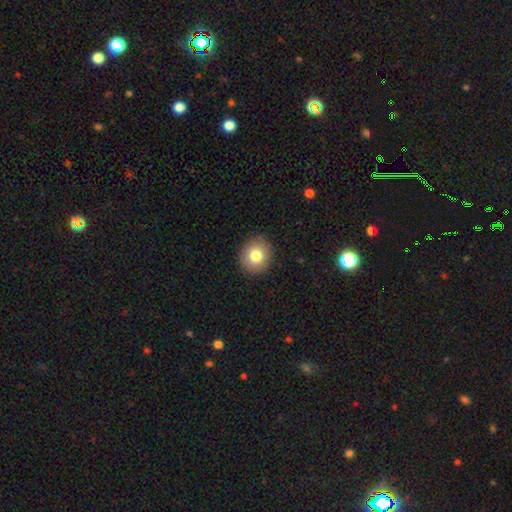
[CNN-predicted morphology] Overall: smooth (79%). How rounded: round (80%). Merging: none (90%).